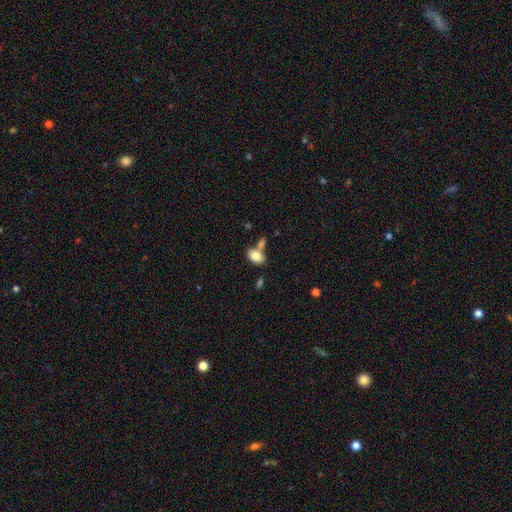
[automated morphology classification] Smooth or featured? Predicted: smooth (p=0.83). How rounded? Predicted: in between (p=0.89). Merging? Predicted: none (p=0.53).